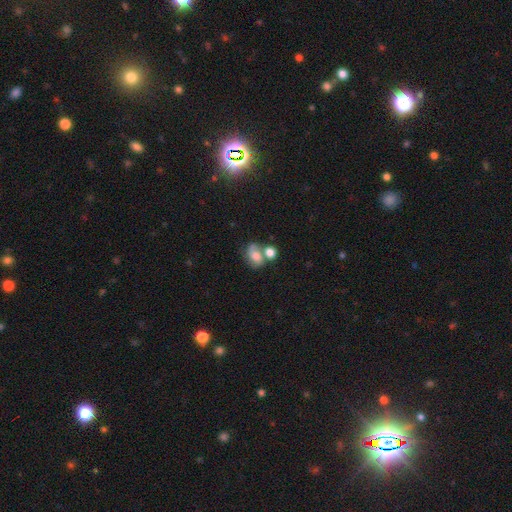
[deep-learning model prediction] smooth_or_featured: smooth (p=0.58) [alt: featured or disk p=0.30]
how_rounded: in between (p=0.64) [alt: round p=0.34]
merging: merger (p=0.45) [alt: none p=0.30]